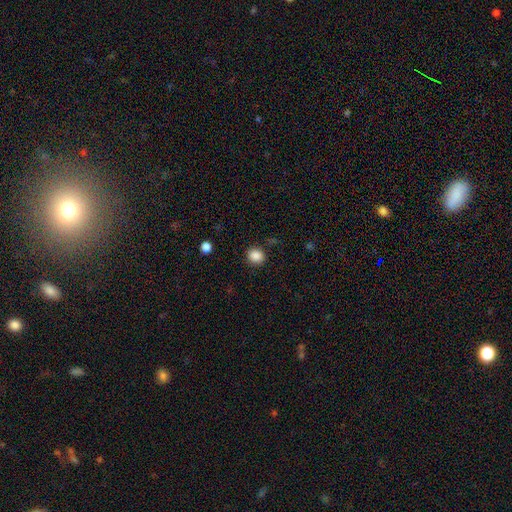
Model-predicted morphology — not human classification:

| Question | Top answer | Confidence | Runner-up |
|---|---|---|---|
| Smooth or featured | smooth | 87% | star or artifact (10%) |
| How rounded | round | 83% | in between (16%) |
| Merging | none | 88% | minor disturbance (8%) |